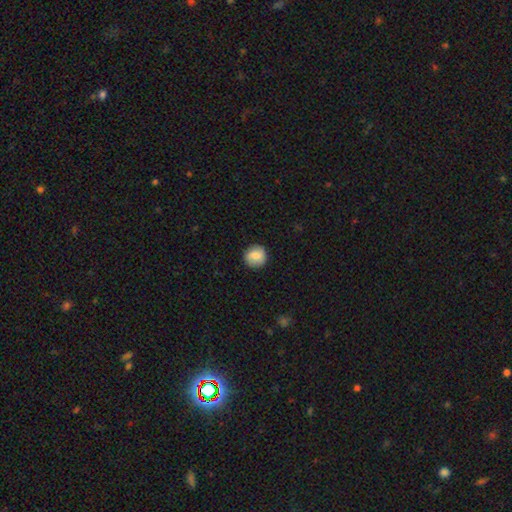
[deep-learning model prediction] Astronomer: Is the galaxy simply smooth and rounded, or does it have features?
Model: smooth — 82%.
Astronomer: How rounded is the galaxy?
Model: round — 92%.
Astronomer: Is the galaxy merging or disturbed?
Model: none — 89%.